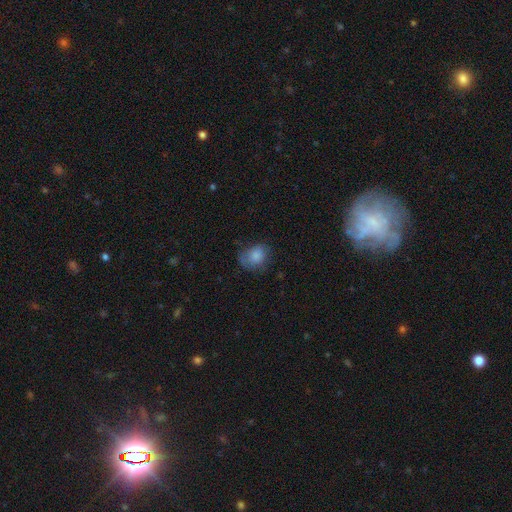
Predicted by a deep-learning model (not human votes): smooth_or_featured: smooth (p=0.80) [alt: featured or disk p=0.11]
how_rounded: in between (p=0.52) [alt: round p=0.47]
merging: none (p=0.57) [alt: minor disturbance p=0.29]